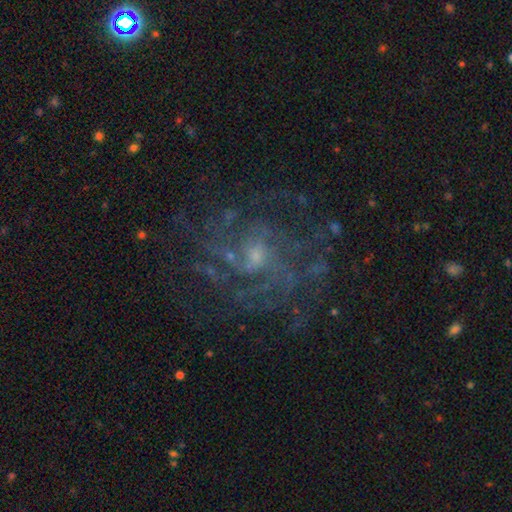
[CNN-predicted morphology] Overall: featured or disk (60%; star or artifact 27%). Edge-on disk: no (96%). Bar: no (64%; weak 29%). Spiral arms: yes (82%). Bulge size: small (64%; moderate 28%). Merging: none (77%).